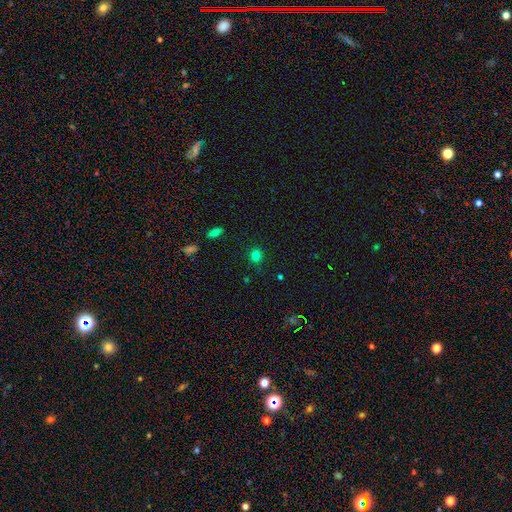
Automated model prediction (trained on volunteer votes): Smooth or featured? smooth (79%)
How rounded? round (70%)
Merging? none (87%)